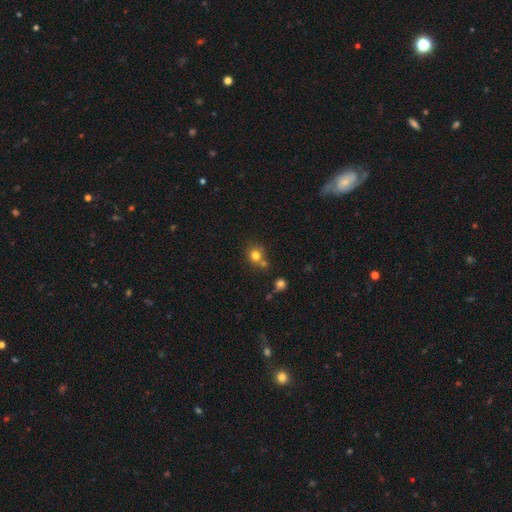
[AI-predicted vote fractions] The model was most divided on "merging": none: 59%, merger: 25%, minor disturbance: 12%, major disturbance: 4%. More confident: how rounded — round (81%); smooth or featured — smooth (77%).